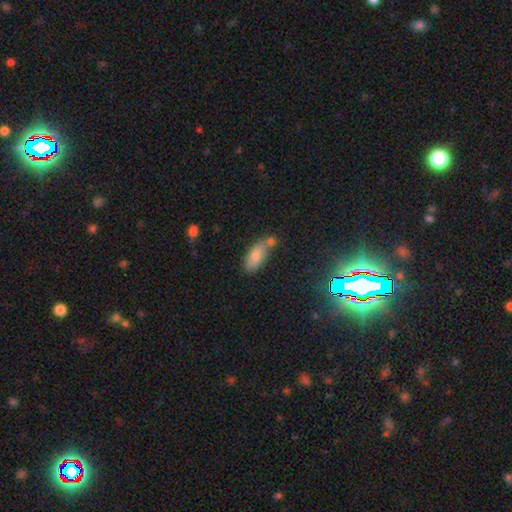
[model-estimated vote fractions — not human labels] Smooth or featured?
  - smooth: 78% *
  - featured or disk: 13%
  - star or artifact: 9%
How rounded?
  - in between: 82% *
  - cigar-shaped: 14%
  - round: 4%
Merging?
  - none: 48% *
  - merger: 30%
  - minor disturbance: 17%
  - major disturbance: 5%